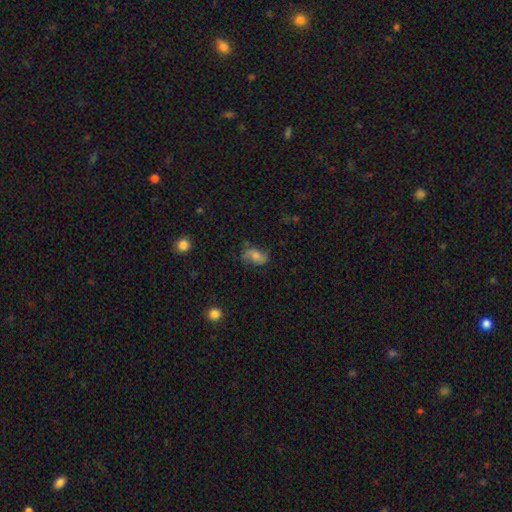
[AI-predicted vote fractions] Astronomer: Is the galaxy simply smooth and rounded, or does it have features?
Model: featured or disk — 46% (runner-up: smooth, 43%).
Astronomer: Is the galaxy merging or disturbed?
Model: none — 66%.